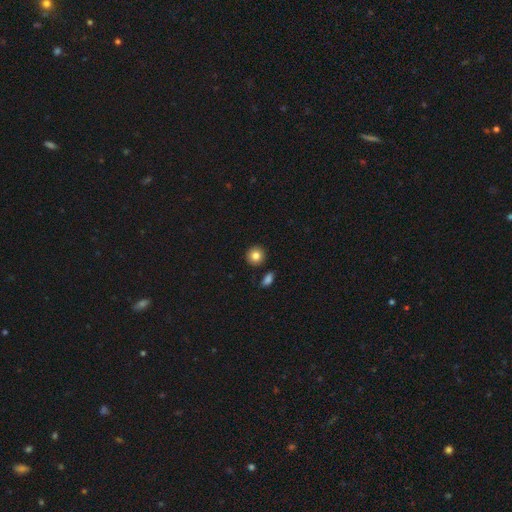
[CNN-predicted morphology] This appears to be a smooth galaxy with no disk features (84%) that is round (91%). Merging: none (86%).